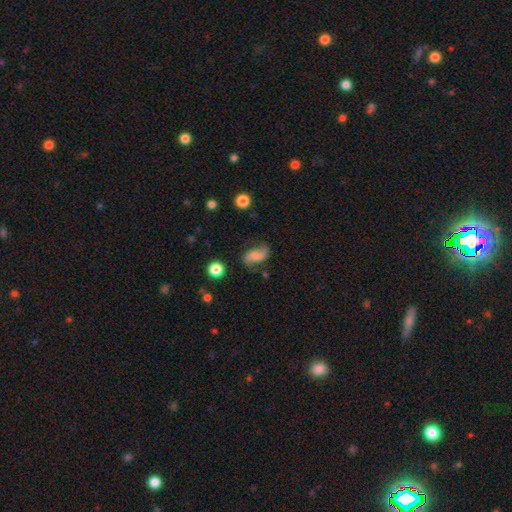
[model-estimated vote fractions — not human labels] Smooth or featured: featured or disk — 48% (smooth — 42%)
Merging: none — 64% (minor disturbance — 23%)